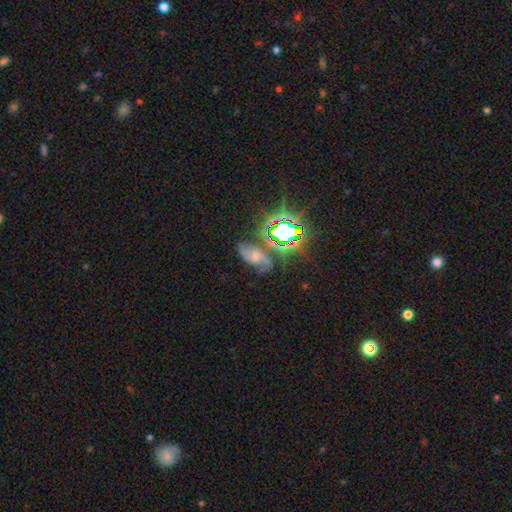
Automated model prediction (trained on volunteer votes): This is possibly a featured or disk galaxy (49%). Merging: possibly none (52%).